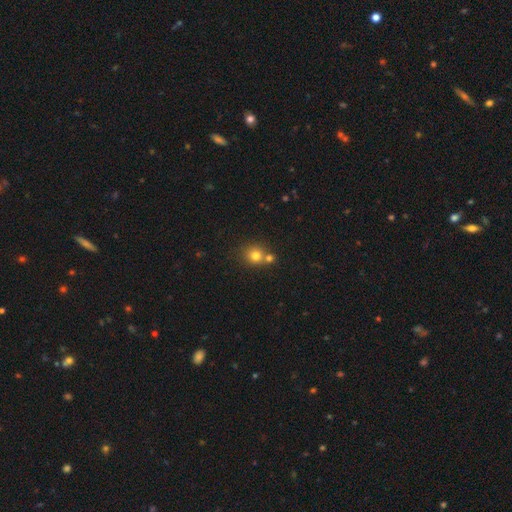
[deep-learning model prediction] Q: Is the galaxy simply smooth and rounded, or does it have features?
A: smooth — 78%.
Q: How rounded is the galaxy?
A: round — 84%.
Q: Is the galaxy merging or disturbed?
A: none — 55%.